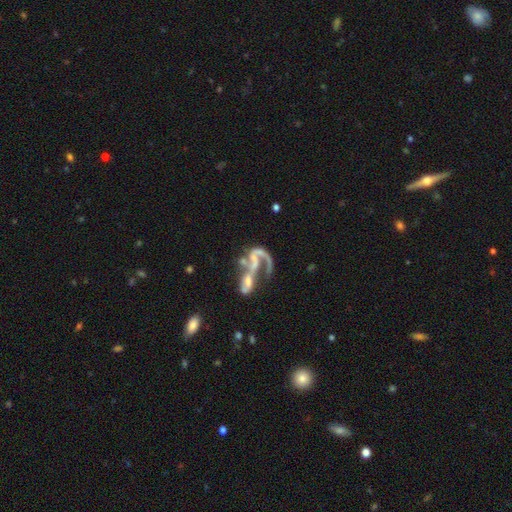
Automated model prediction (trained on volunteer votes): Smooth or featured? Predicted: featured or disk (p=0.75). Edge-on disk? Predicted: no (p=0.96). Bar? Predicted: no (p=0.55). Spiral arms? Predicted: yes (p=0.71). Spiral winding? Predicted: loose (p=0.65). Spiral arm count? Predicted: 1 (p=0.55). Bulge size? Predicted: none (p=0.52). Merging? Predicted: merger (p=0.50).